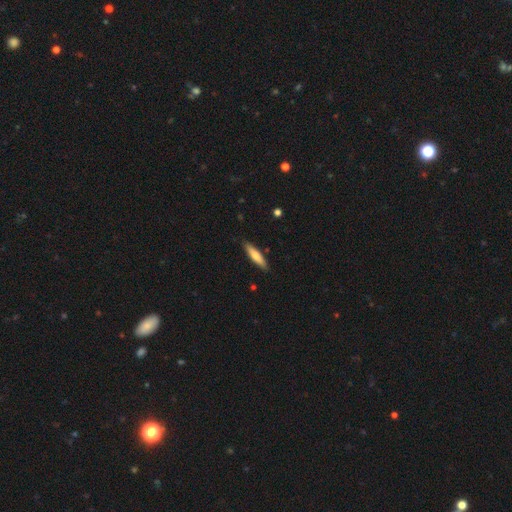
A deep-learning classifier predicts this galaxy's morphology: A smooth galaxy with no disk features (68%) that is cigar-shaped (80%). Merging: none (87%).